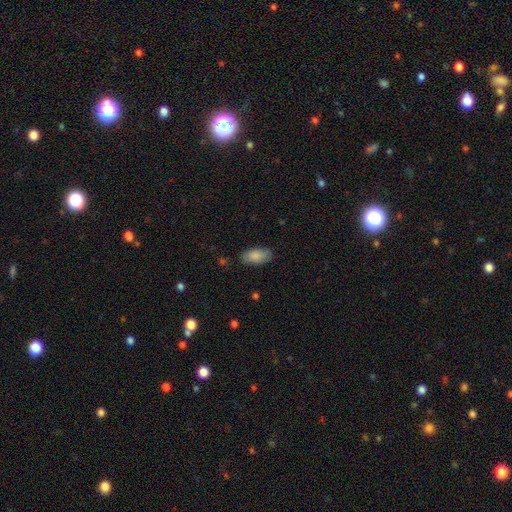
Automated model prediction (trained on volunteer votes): A smooth galaxy with no disk features (86%) that is in between round and cigar-shaped (93%). Merging: none (82%).